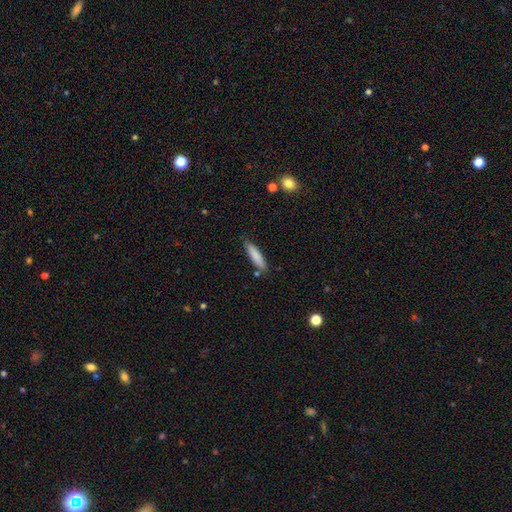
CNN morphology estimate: Smooth or featured: smooth — 83% (featured or disk — 11%)
How rounded: cigar-shaped — 74% (in between — 25%)
Merging: none — 82% (minor disturbance — 12%)